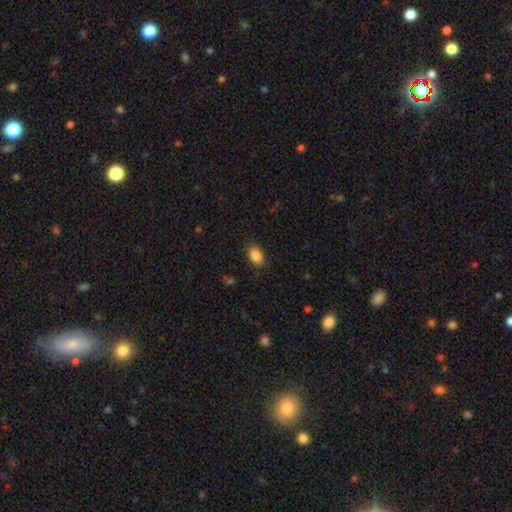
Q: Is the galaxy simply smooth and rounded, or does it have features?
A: smooth — 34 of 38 (89%).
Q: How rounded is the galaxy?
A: in between — 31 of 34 (91%).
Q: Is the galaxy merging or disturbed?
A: none — 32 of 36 (89%).